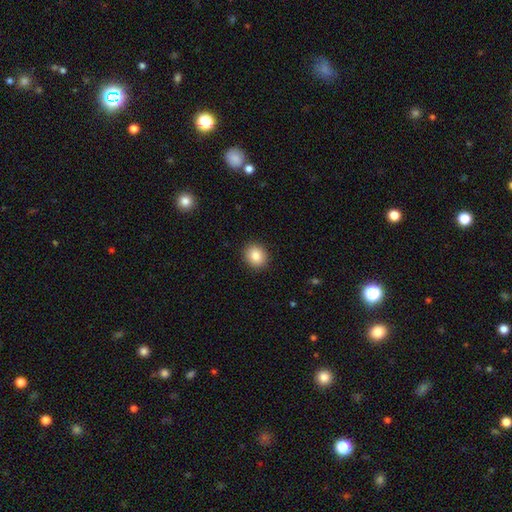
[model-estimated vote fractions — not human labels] A smooth galaxy with no disk features (85%) that is round (73%).

Vote fractions:
- Smooth or featured? smooth: 85% / star or artifact: 9% / featured or disk: 6%
- How rounded? round: 73% / in between: 26% / cigar-shaped: 1%
- Merging? none: 91% / minor disturbance: 6% / major disturbance: 2% / merger: 1%